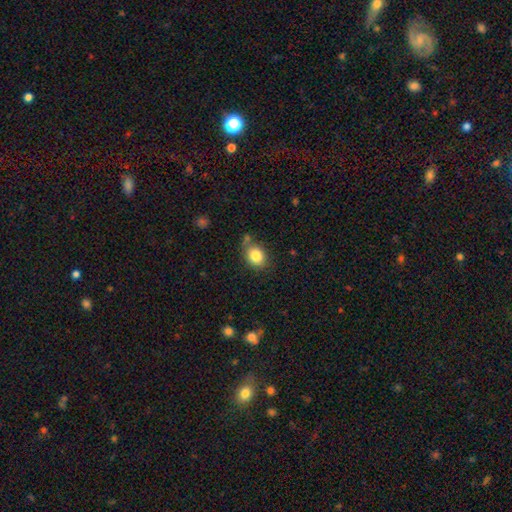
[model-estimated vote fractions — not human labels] This is clearly a smooth galaxy (84%). How rounded: possibly round (53%). Merging: likely none (69%).